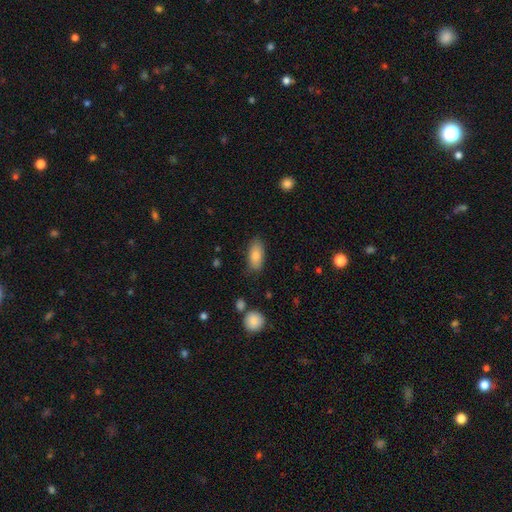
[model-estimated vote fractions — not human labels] smooth-or-featured: smooth: 84% | featured or disk: 9% | star or artifact: 7%
  how-rounded: in between: 88% | cigar-shaped: 9% | round: 3%
  merging: none: 80% | minor disturbance: 14% | major disturbance: 3% | merger: 2%